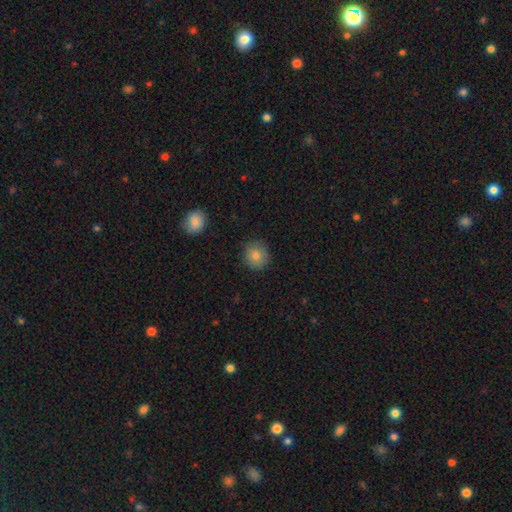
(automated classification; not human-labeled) smooth 82%, star or artifact 10%, featured or disk 8%. Down the decision tree: how rounded — round (90%); merging — none (90%).